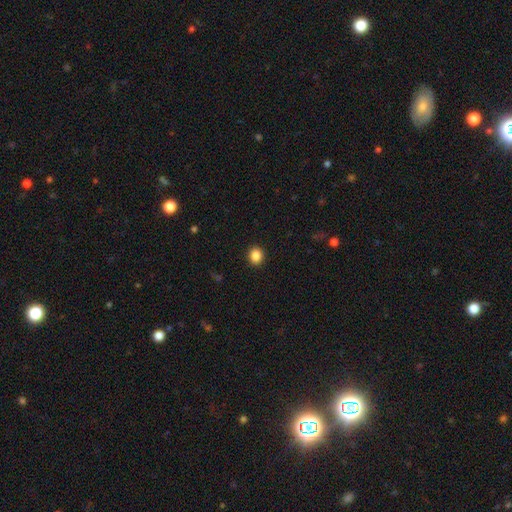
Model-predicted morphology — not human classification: Q: Smooth or featured?
A: smooth (86%); runner-up: star or artifact (10%)
Q: How rounded?
A: round (77%); runner-up: in between (22%)
Q: Merging?
A: none (92%); runner-up: minor disturbance (5%)